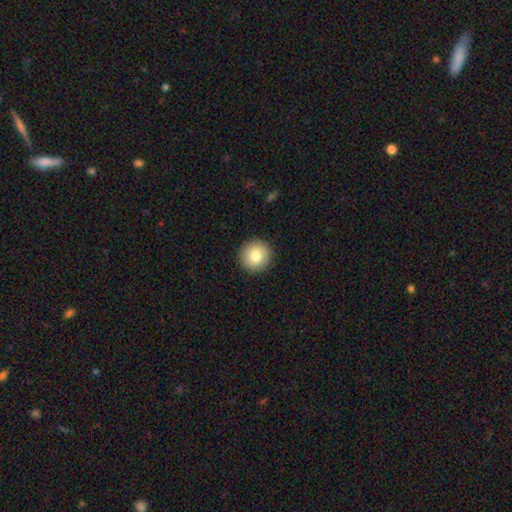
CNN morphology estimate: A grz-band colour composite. It shows a smooth galaxy with no disk features (81%) that is round (94%). Merging: none (92%).